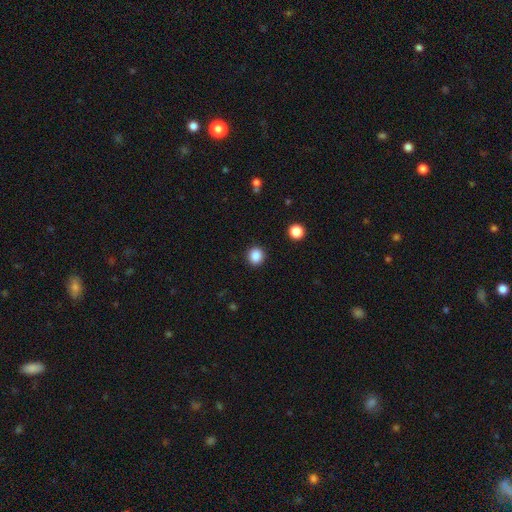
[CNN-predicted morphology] Q: Smooth or featured?
A: smooth (87%); runner-up: star or artifact (10%)
Q: How rounded?
A: round (88%); runner-up: in between (11%)
Q: Merging?
A: none (91%); runner-up: minor disturbance (6%)